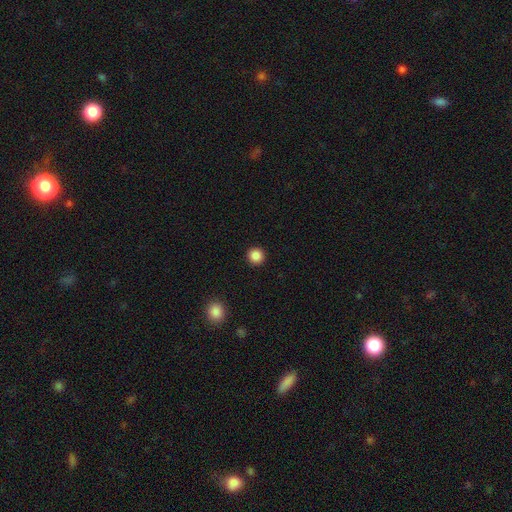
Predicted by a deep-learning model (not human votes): Smooth or featured? smooth (87%)
How rounded? round (96%)
Merging? none (93%)